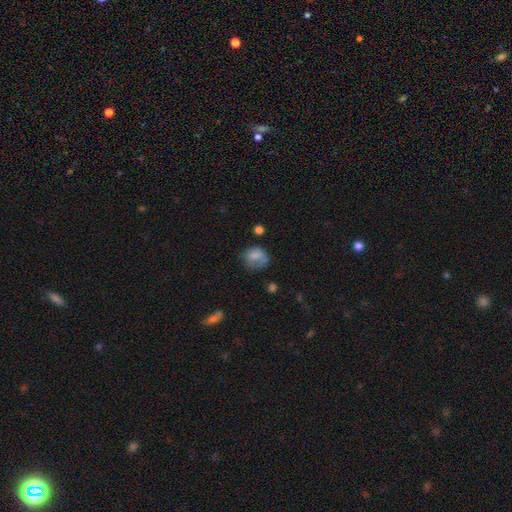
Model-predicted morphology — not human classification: Smooth or featured? Predicted: smooth (p=0.71). How rounded? Predicted: round (p=0.65). Merging? Predicted: none (p=0.44).